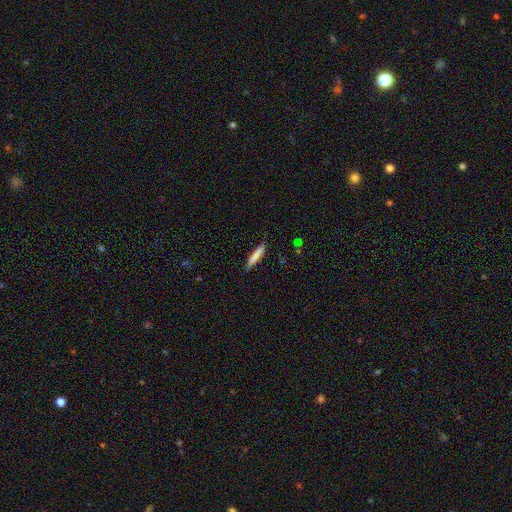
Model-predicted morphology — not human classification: smooth_or_featured: smooth (p=0.80) [alt: featured or disk p=0.14]
how_rounded: cigar-shaped (p=0.91) [alt: in between p=0.07]
merging: none (p=0.85) [alt: minor disturbance p=0.12]